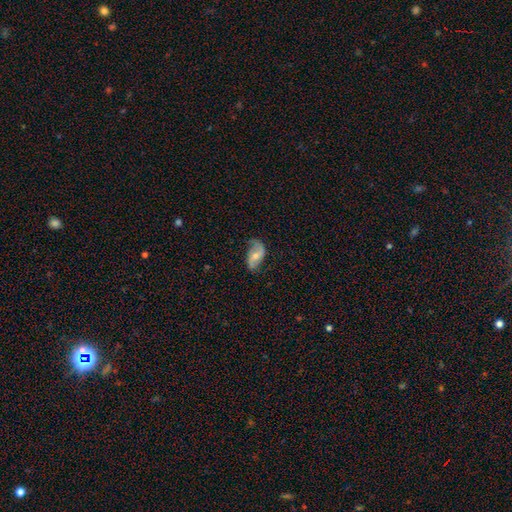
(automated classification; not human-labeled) Smooth or featured? Predicted: featured or disk (p=0.67). Edge-on disk? Predicted: no (p=0.96). Bar? Predicted: no (p=0.47). Spiral arms? Predicted: yes (p=0.88). Spiral winding? Predicted: loose (p=0.61). Spiral arm count? Predicted: 2 (p=0.82). Bulge size? Predicted: moderate (p=0.55). Merging? Predicted: none (p=0.61).